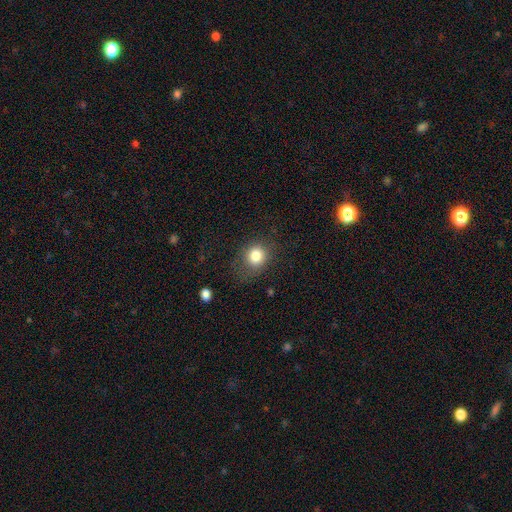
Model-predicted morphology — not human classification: A smooth galaxy with no disk features (81%) that is round (72%). Merging: none (65%).